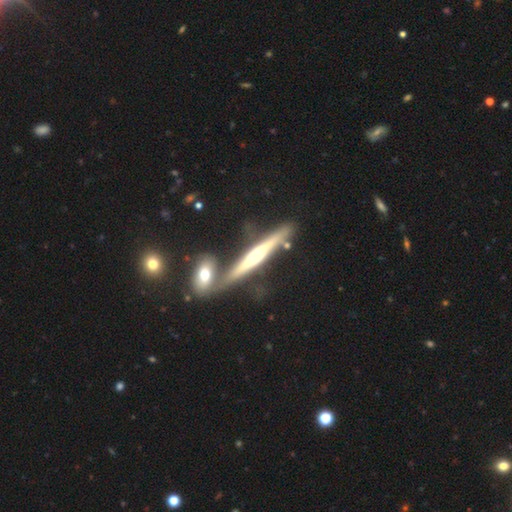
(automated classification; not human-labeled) Morphology: type=featured or disk (70%); edge-on=yes (94%); edge-on bulge=rounded (82%); merging=none (65%).